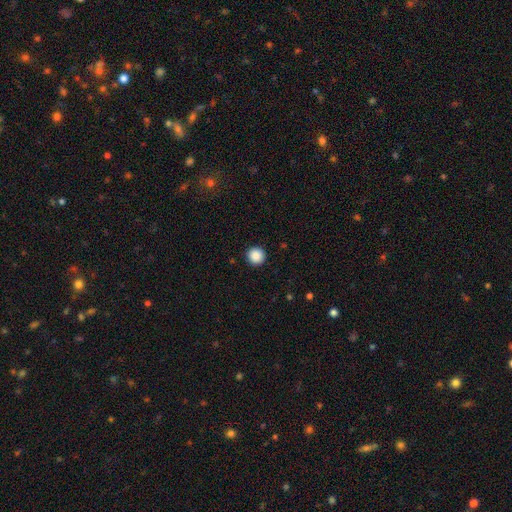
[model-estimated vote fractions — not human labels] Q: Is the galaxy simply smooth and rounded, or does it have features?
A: smooth — 88%.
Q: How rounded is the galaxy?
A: round — 95%.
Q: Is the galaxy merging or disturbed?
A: none — 93%.